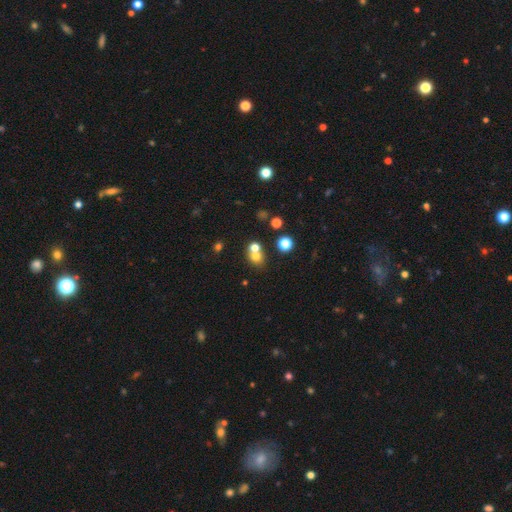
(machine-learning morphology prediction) A smooth galaxy with no disk features (67%) that is round (74%). Merging: merger (45%, tied with none).